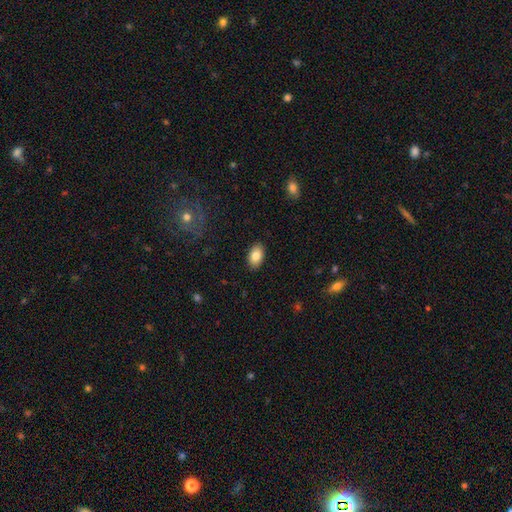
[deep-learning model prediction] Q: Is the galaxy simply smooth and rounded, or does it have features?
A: smooth — 84%.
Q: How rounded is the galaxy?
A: in between — 92%.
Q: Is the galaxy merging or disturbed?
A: none — 89%.